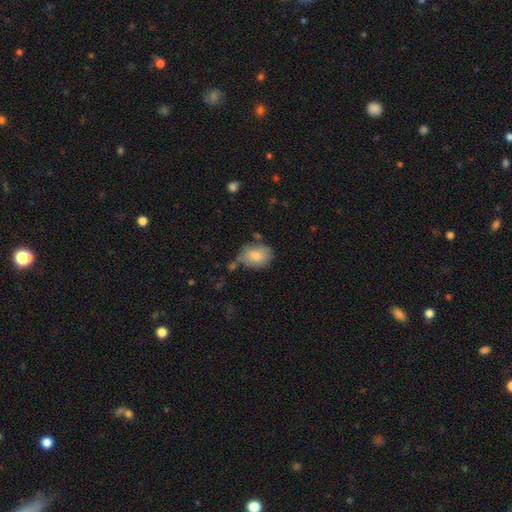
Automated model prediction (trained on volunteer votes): smooth_or_featured: smooth (p=0.82) [alt: featured or disk p=0.11]
how_rounded: in between (p=0.73) [alt: round p=0.26]
merging: none (p=0.63) [alt: minor disturbance p=0.23]